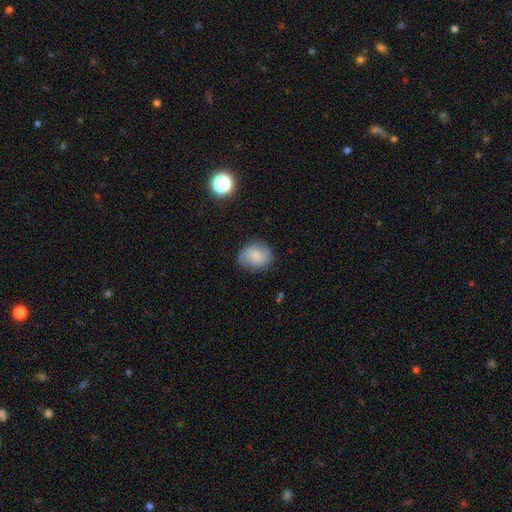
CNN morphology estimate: smooth-or-featured: smooth: 69% | featured or disk: 22% | star or artifact: 8%
  how-rounded: round: 61% | in between: 38% | cigar-shaped: 1%
  merging: none: 78% | minor disturbance: 16% | major disturbance: 4% | merger: 1%